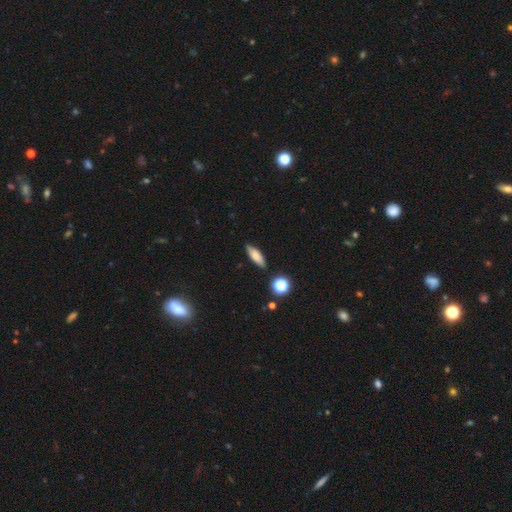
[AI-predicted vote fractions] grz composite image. It shows a smooth galaxy with no disk features (74%) that is in between round and cigar-shaped (57%). Merging: none (82%).